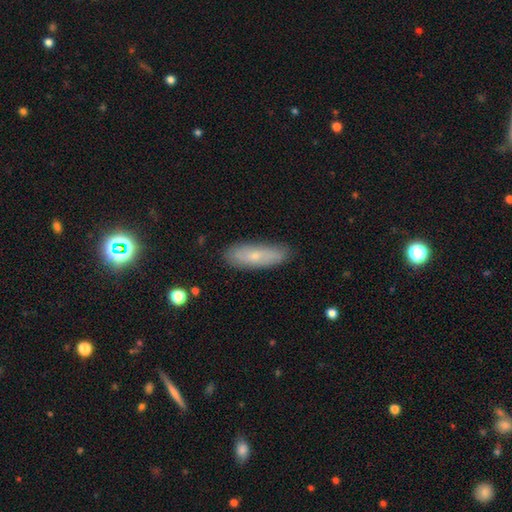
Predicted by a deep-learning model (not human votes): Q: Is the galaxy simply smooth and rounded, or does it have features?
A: smooth — 65%.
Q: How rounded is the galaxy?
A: cigar-shaped — 50%.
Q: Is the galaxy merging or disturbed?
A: none — 81%.